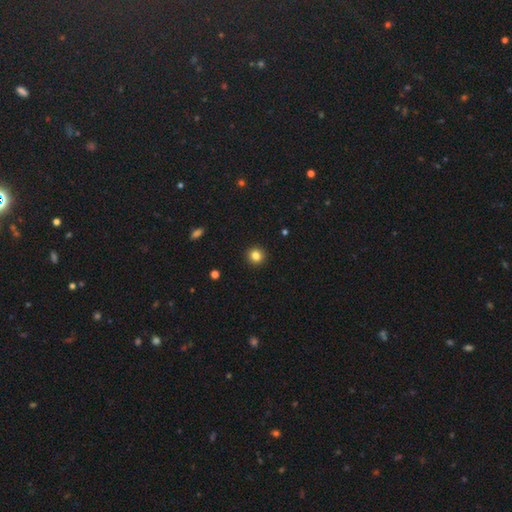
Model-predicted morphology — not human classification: This is clearly a smooth galaxy (83%). How rounded: clearly round (92%). Merging: clearly none (93%).